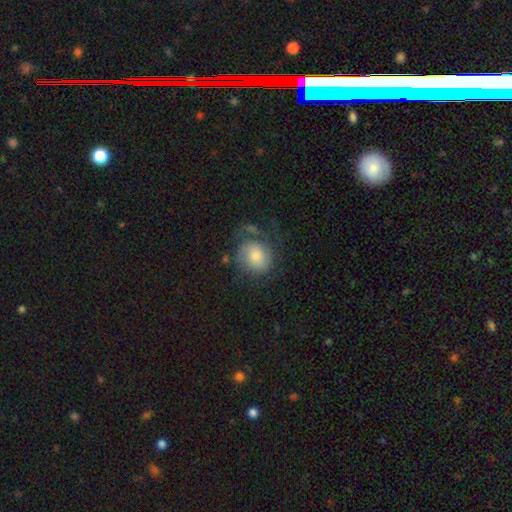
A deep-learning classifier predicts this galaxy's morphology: Smooth or featured? Predicted: smooth (p=0.48). Merging? Predicted: none (p=0.49).